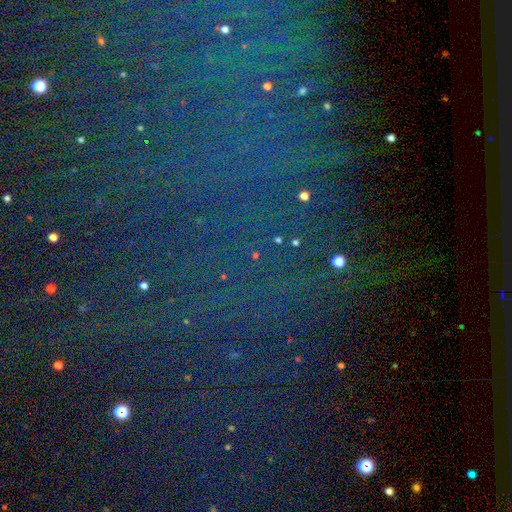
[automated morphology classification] smooth-or-featured: star or artifact: 79% | smooth: 13% | featured or disk: 7%